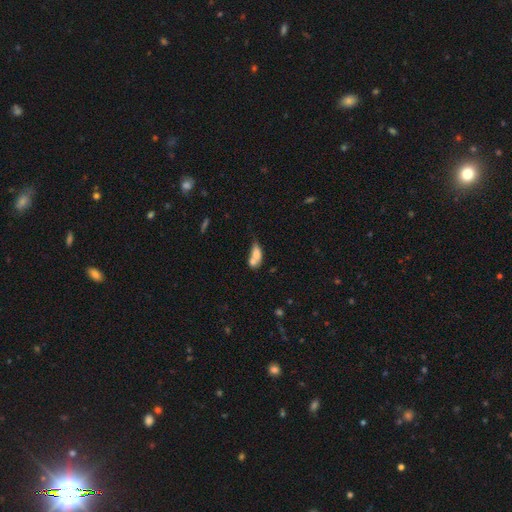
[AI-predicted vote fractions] Smooth or featured? Predicted: smooth (p=0.67). How rounded? Predicted: in between (p=0.75). Merging? Predicted: merger (p=0.60).